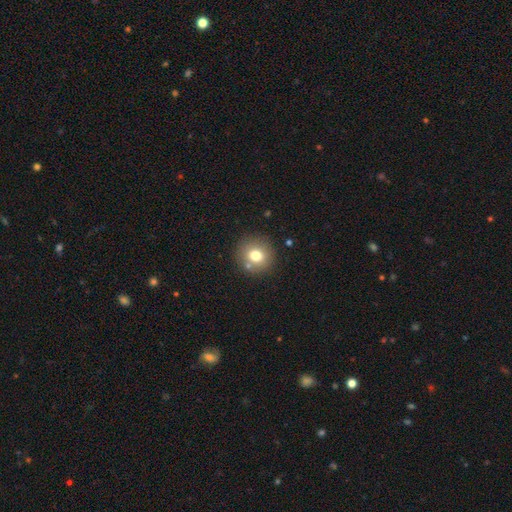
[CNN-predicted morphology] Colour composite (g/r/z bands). It shows a smooth galaxy with no disk features (75%) that is round (90%). Merging: none (83%).